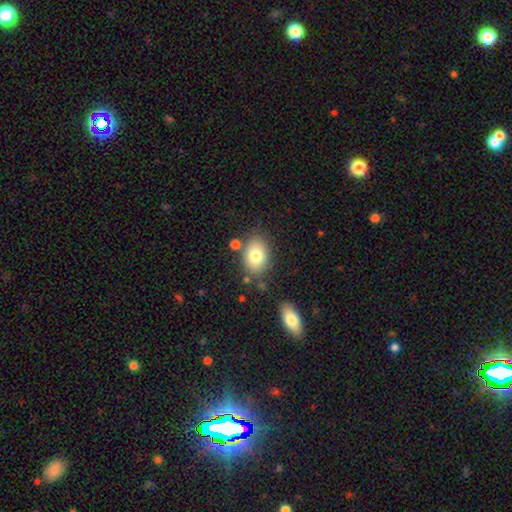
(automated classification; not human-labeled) smooth_or_featured: smooth (p=0.78) [alt: featured or disk p=0.14]
how_rounded: in between (p=0.76) [alt: round p=0.23]
merging: none (p=0.74) [alt: minor disturbance p=0.15]